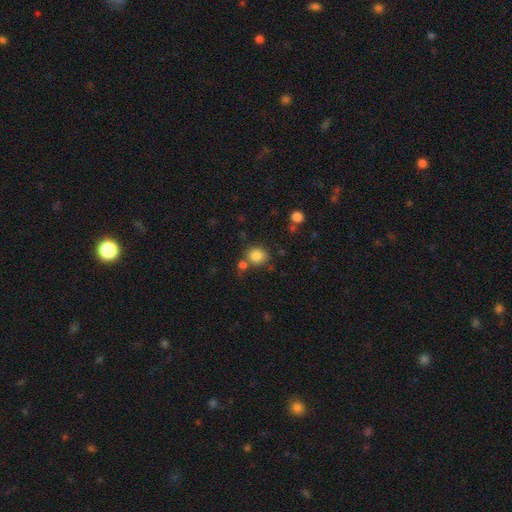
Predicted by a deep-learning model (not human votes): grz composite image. It shows a smooth galaxy with no disk features (83%) that is round (77%). Merging: none (67%).